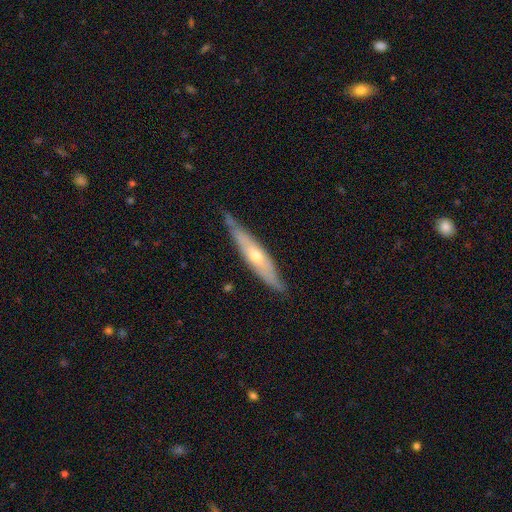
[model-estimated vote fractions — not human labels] A featured or disk galaxy (59%) viewed edge-on (79%). Merging: none (75%).